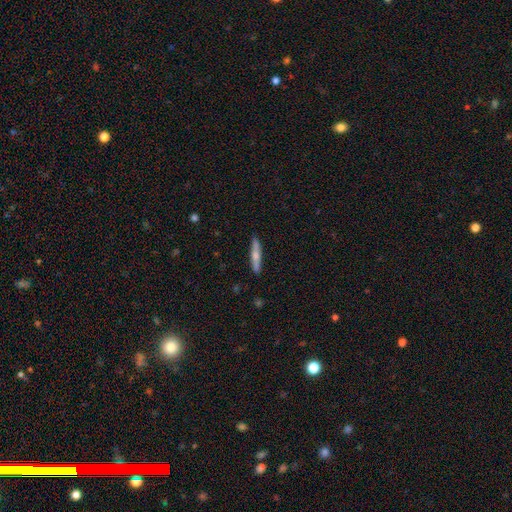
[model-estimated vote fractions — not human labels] smooth 56%, featured or disk 38%, star or artifact 6%. Down the decision tree: how rounded — cigar-shaped (91%); merging — none (89%).